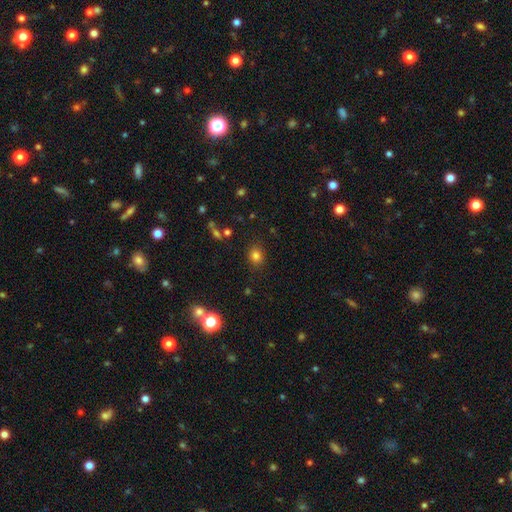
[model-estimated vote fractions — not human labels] smooth_or_featured: smooth (p=0.79) [alt: star or artifact p=0.14]
how_rounded: round (p=0.64) [alt: in between p=0.35]
merging: none (p=0.84) [alt: minor disturbance p=0.10]